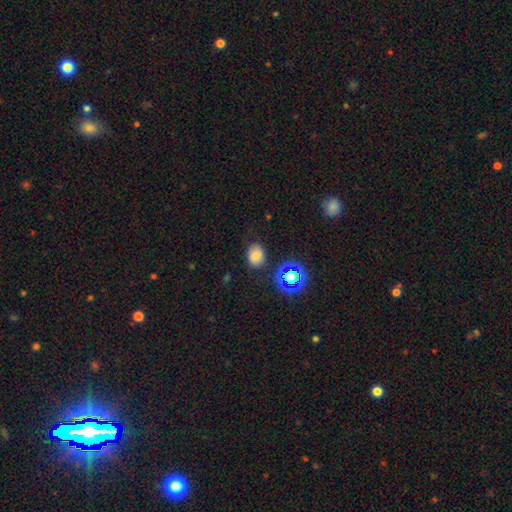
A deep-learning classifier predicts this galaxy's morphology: This is likely a smooth galaxy (72%). How rounded: possibly in between (59%). Merging: clearly none (80%).